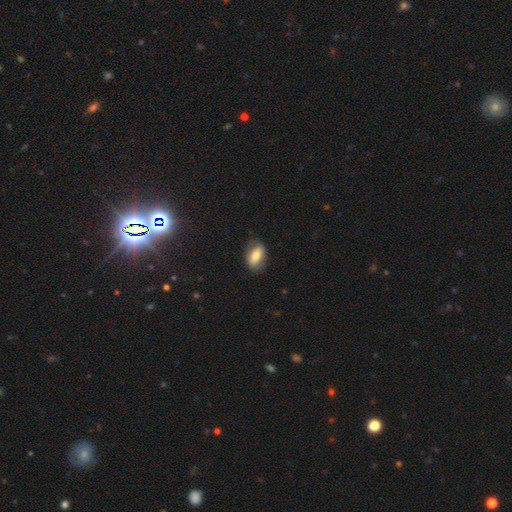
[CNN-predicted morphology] A smooth galaxy with no disk features (71%) that is in between round and cigar-shaped (88%). Merging: none (76%).